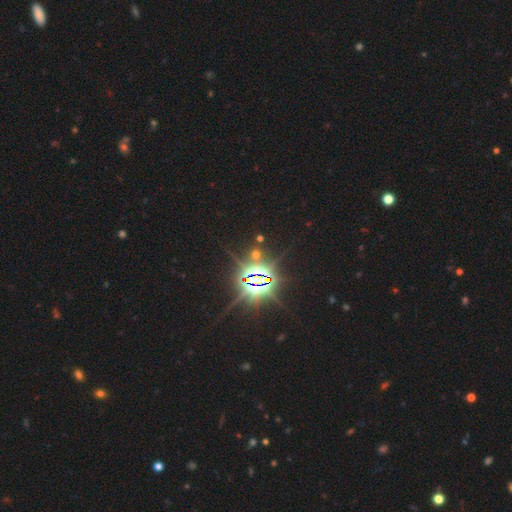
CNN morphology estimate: Q: Smooth or featured?
A: star or artifact (86%); runner-up: featured or disk (8%)